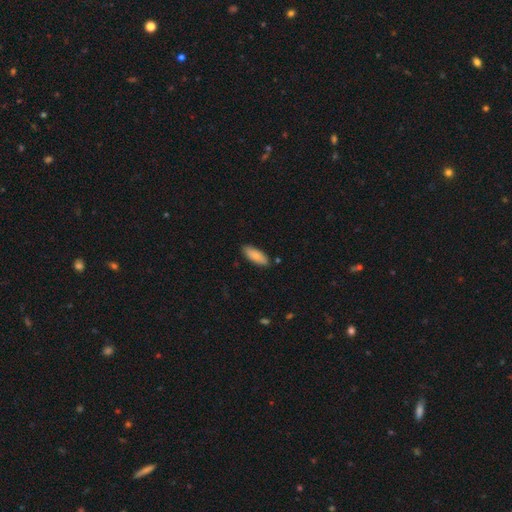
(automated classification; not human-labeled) Smooth or featured: smooth — 83% (featured or disk — 11%)
How rounded: in between — 75% (cigar-shaped — 23%)
Merging: none — 86% (minor disturbance — 10%)